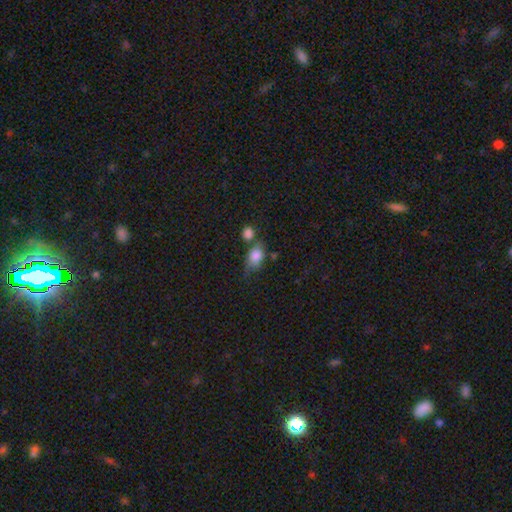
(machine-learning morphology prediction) This appears to be a smooth galaxy with no disk features (81%) that is in between round and cigar-shaped (71%). Merging: none (42%).